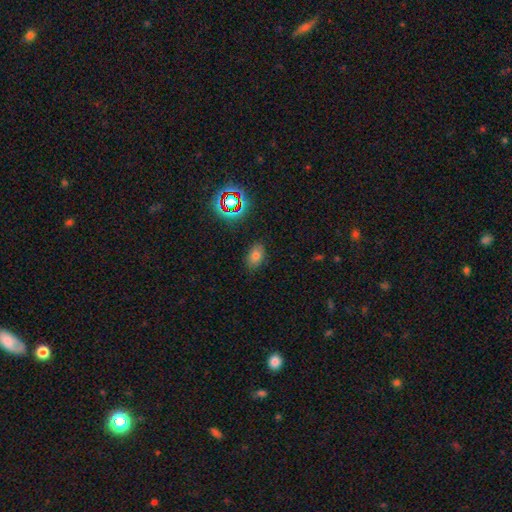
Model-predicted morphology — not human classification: The model was most divided on "smooth or featured": smooth: 71%, star or artifact: 19%, featured or disk: 10%. More confident: merging — none (84%); how rounded — in between (83%).